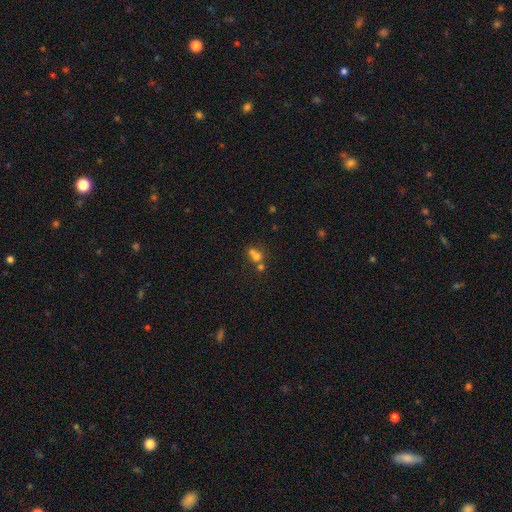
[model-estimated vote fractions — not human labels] smooth_or_featured: smooth (p=0.63) [alt: star or artifact p=0.19]
how_rounded: round (p=0.70) [alt: in between p=0.28]
merging: merger (p=0.57) [alt: none p=0.32]